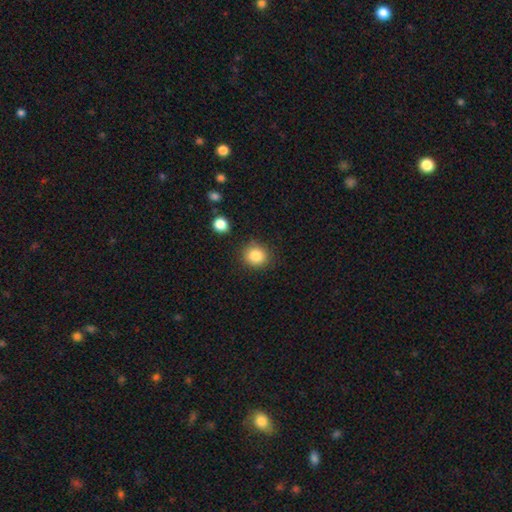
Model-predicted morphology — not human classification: A smooth galaxy with no disk features (85%) that is round (84%).

Vote fractions:
- Smooth or featured? smooth: 85% / star or artifact: 10% / featured or disk: 5%
- How rounded? round: 84% / in between: 16% / cigar-shaped: 1%
- Merging? none: 84% / minor disturbance: 10% / merger: 3% / major disturbance: 3%